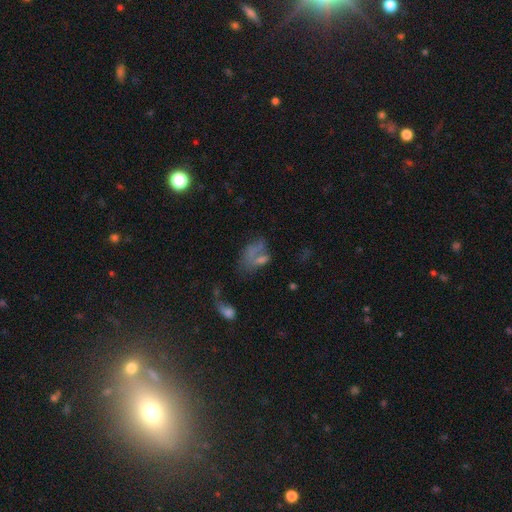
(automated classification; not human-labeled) This appears to be a smooth galaxy with no disk features (51%) that is in between round and cigar-shaped (82%). Merging: major disturbance (30%).